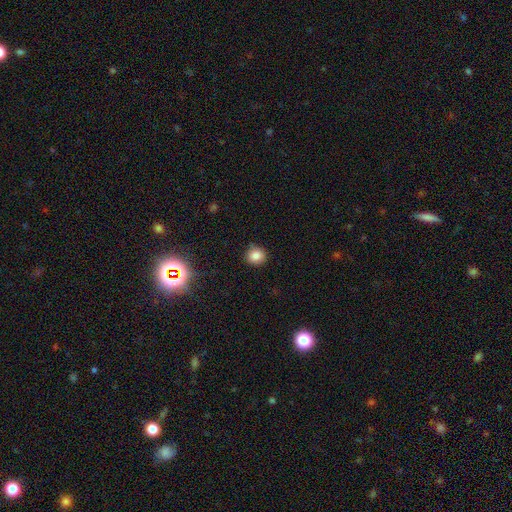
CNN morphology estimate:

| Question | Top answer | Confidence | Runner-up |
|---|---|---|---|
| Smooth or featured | smooth | 83% | star or artifact (12%) |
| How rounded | round | 87% | in between (12%) |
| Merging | none | 86% | minor disturbance (10%) |